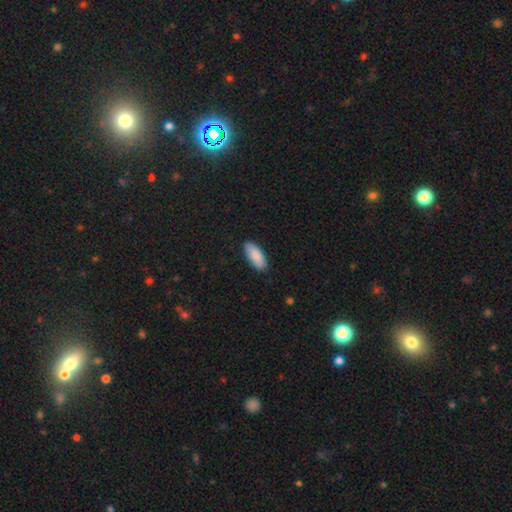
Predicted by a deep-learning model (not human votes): This is clearly a smooth galaxy (89%). How rounded: clearly in between (86%). Merging: clearly none (88%).